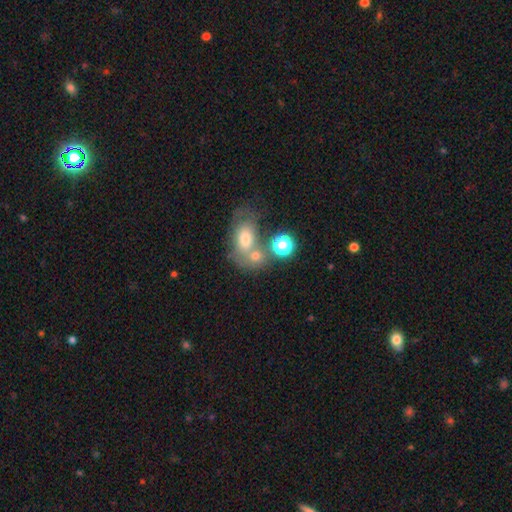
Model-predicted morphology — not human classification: A smooth galaxy with no disk features (65%) that is in between round and cigar-shaped (64%). Merging: merger (48%).